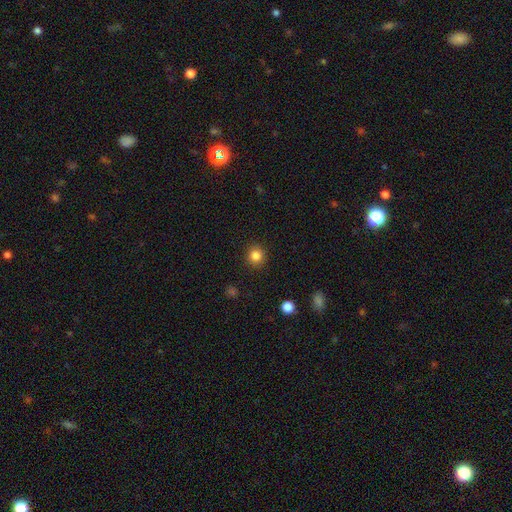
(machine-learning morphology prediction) Q: Smooth or featured?
A: smooth (83%); runner-up: star or artifact (12%)
Q: How rounded?
A: round (93%); runner-up: in between (6%)
Q: Merging?
A: none (91%); runner-up: minor disturbance (6%)